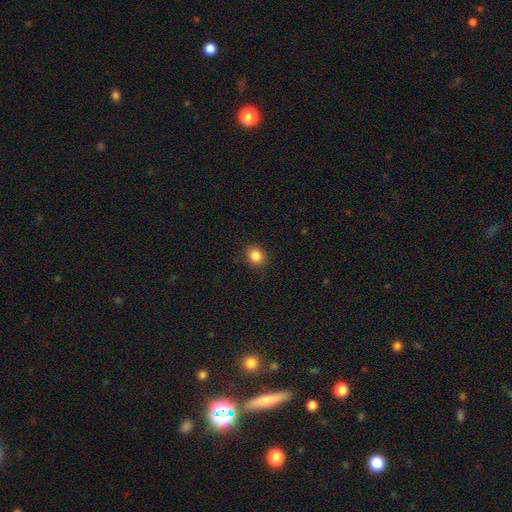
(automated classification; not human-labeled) Smooth or featured: smooth — 85% (star or artifact — 10%)
How rounded: round — 72% (in between — 27%)
Merging: none — 89% (minor disturbance — 8%)